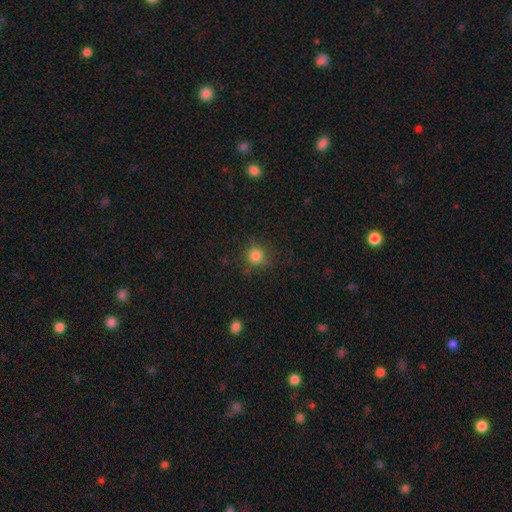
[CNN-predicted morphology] Smooth or featured?
  - smooth: 82% *
  - star or artifact: 13%
  - featured or disk: 5%
How rounded?
  - round: 92% *
  - in between: 7%
  - cigar-shaped: 1%
Merging?
  - none: 81% *
  - minor disturbance: 13%
  - major disturbance: 4%
  - merger: 2%